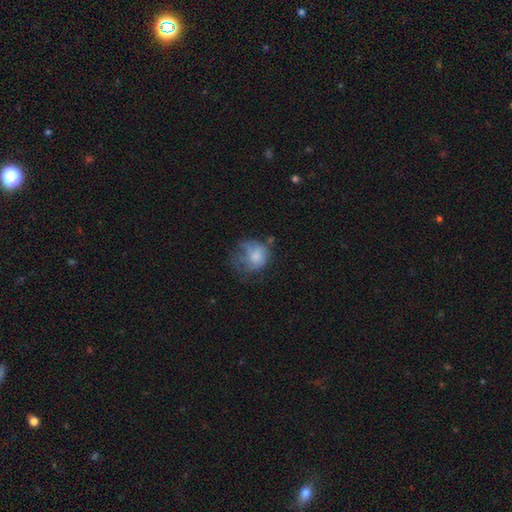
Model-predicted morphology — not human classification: Smooth or featured? Predicted: smooth (p=0.66). How rounded? Predicted: round (p=0.67). Merging? Predicted: major disturbance (p=0.37).